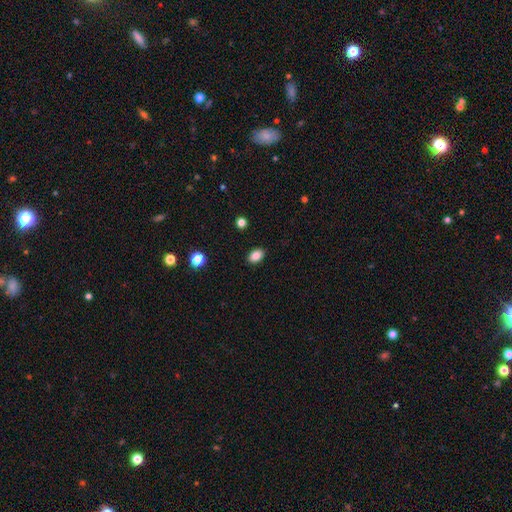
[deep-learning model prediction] smooth 86%, star or artifact 9%, featured or disk 5%. Down the decision tree: how rounded — in between (82%); merging — none (89%).